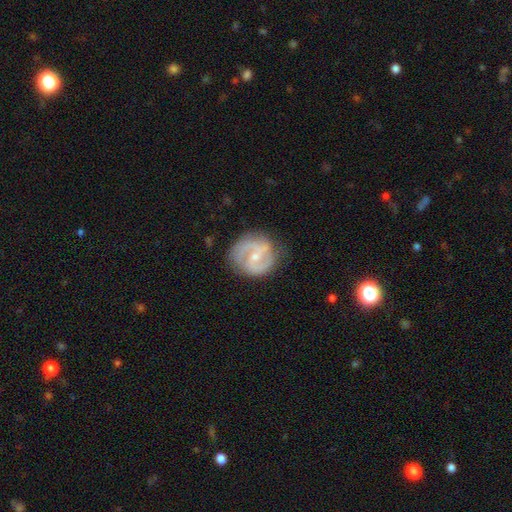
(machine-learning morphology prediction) A featured or disk galaxy (82%) with a weak bar (50%), 2 (82%) medium (49%) spiral arms (92%) and a small central bulge (58%).

Vote fractions:
- Smooth or featured? featured or disk: 82% / smooth: 13% / star or artifact: 5%
- Edge-on disk? no: 98% / yes: 2%
- Bar? weak: 50% / no: 30% / strong: 20%
- Spiral arms? yes: 92% / no: 8%
- Spiral winding? medium: 49% / tight: 36% / loose: 15%
- Spiral arm count? 2: 82% / can't tell: 8% / 3: 5% / 1: 3% / 4: 1% / more than 4: 1%
- Bulge size? small: 58% / moderate: 38% / none: 2% / large: 1% / dominant: 1%
- Merging? none: 76% / minor disturbance: 17% / major disturbance: 6% / merger: 1%